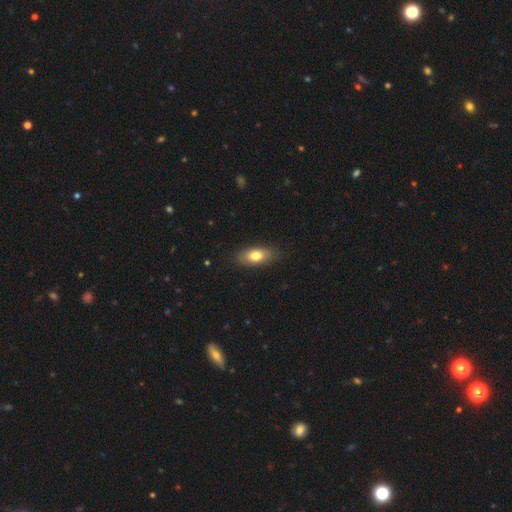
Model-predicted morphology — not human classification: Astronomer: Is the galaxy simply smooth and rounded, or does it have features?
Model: smooth — 76%.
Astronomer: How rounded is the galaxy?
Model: in between — 86%.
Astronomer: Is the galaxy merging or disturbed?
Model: none — 85%.